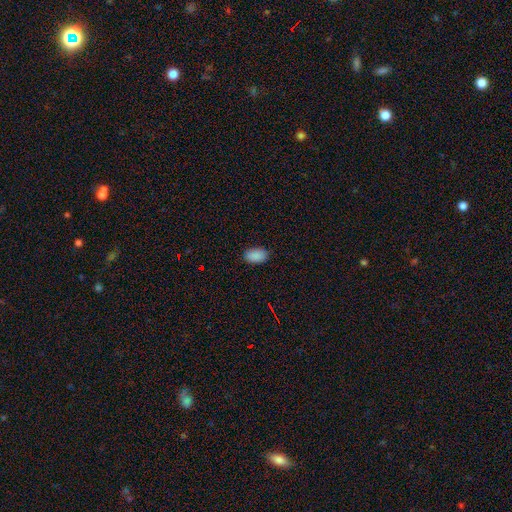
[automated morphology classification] smooth-or-featured: smooth: 89% | star or artifact: 8% | featured or disk: 3%
  how-rounded: in between: 93% | round: 6% | cigar-shaped: 1%
  merging: none: 87% | minor disturbance: 10% | major disturbance: 2% | merger: 1%